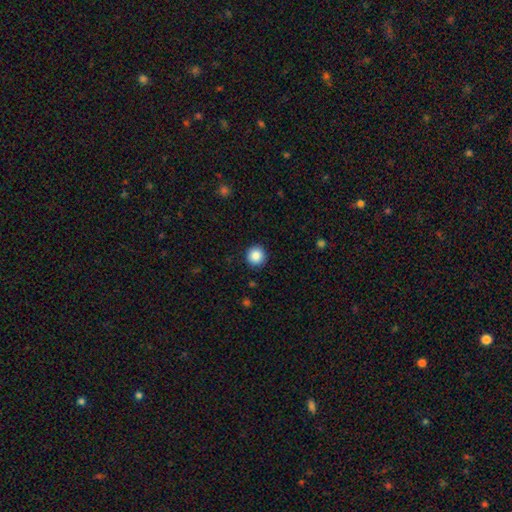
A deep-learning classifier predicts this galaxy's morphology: smooth_or_featured: smooth (p=0.87) [alt: star or artifact p=0.09]
how_rounded: round (p=0.94) [alt: in between p=0.05]
merging: none (p=0.92) [alt: minor disturbance p=0.05]